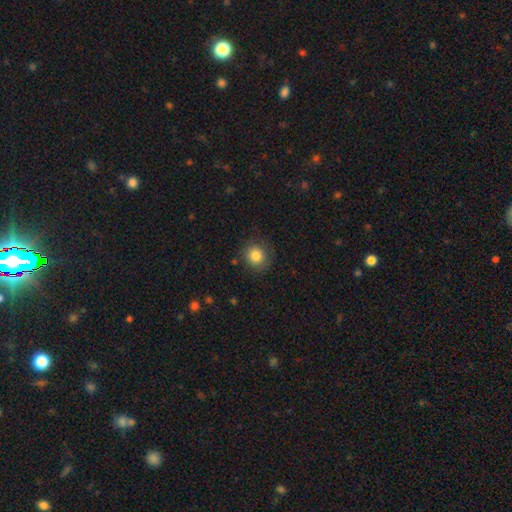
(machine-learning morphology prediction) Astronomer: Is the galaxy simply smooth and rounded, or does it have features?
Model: smooth — 82%.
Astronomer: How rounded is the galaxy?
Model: round — 87%.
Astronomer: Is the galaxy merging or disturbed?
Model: none — 84%.